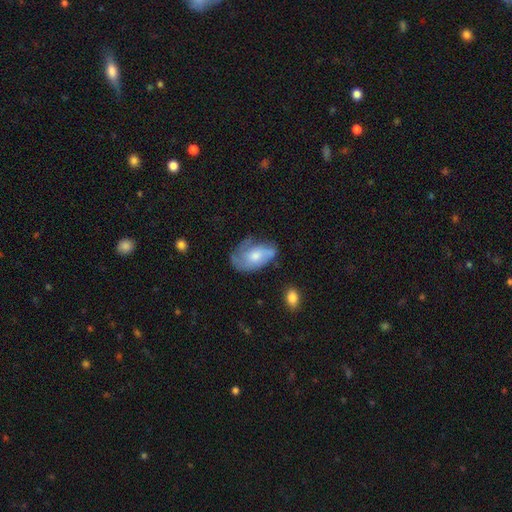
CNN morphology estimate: type=featured or disk (51%); edge-on=no (95%); merging=none (43%).